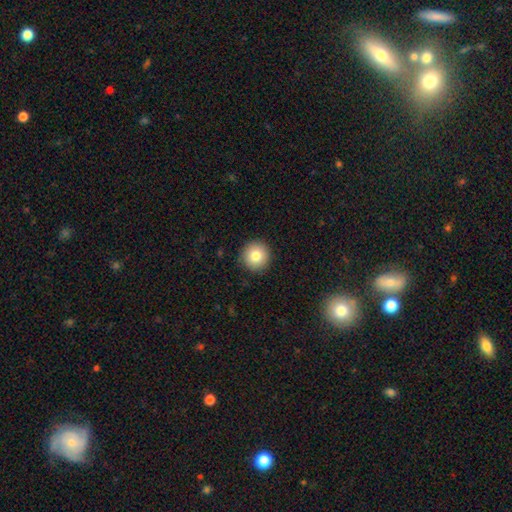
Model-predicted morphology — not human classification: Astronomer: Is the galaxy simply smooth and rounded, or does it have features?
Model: smooth — 81%.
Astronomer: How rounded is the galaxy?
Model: round — 96%.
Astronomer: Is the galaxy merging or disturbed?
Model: none — 92%.